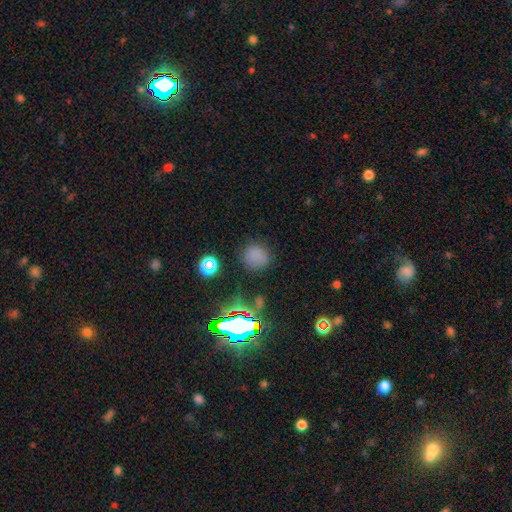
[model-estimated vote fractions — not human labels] Morphology: type=smooth (69%); roundness=round (87%); merging=none (81%).